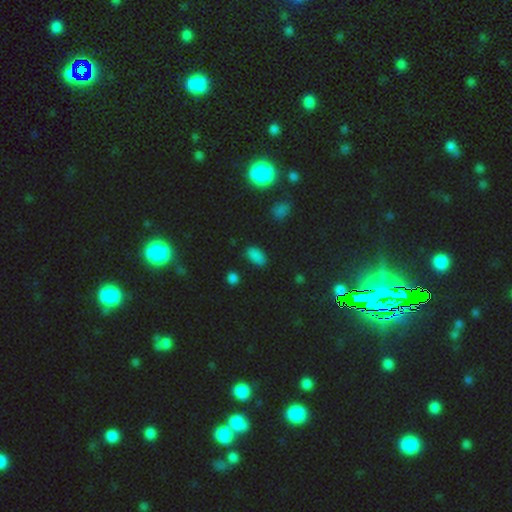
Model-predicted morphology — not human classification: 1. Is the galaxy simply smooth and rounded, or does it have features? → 77% smooth, 19% star or artifact, 4% featured or disk.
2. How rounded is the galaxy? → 92% in between, 5% round, 3% cigar-shaped.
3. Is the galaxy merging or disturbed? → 83% none, 12% minor disturbance, 3% major disturbance, 2% merger.